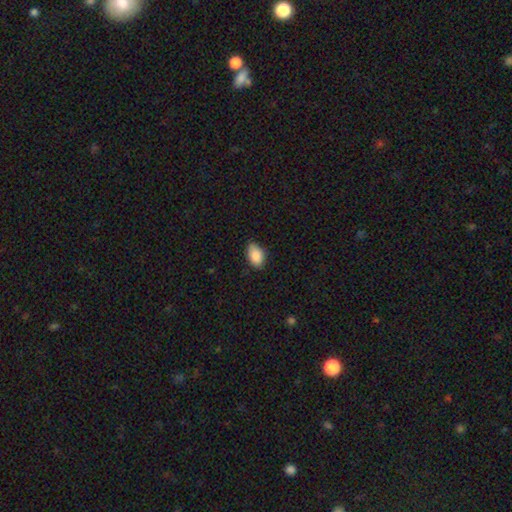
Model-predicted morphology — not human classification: This is clearly a smooth galaxy (89%). How rounded: clearly in between (91%). Merging: likely none (78%).